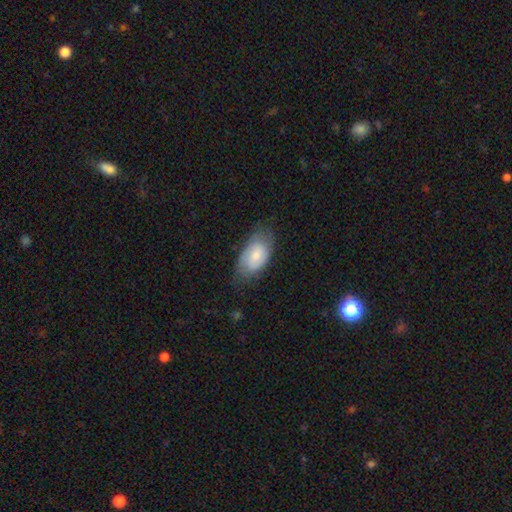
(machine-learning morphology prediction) A smooth galaxy with no disk features (71%) that is in between round and cigar-shaped (94%).

Vote fractions:
- Smooth or featured? smooth: 71% / featured or disk: 23% / star or artifact: 6%
- How rounded? in between: 94% / round: 4% / cigar-shaped: 2%
- Merging? none: 61% / minor disturbance: 29% / major disturbance: 9% / merger: 1%